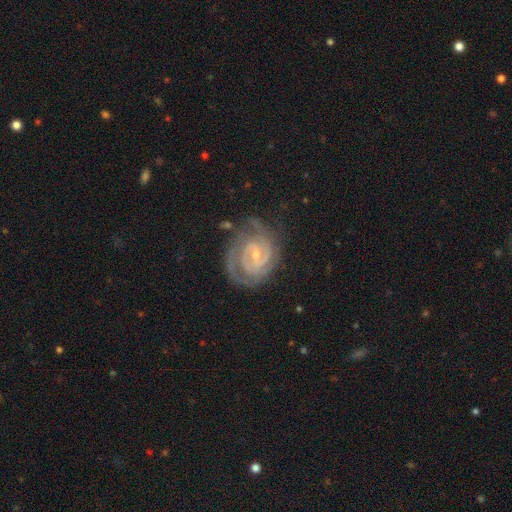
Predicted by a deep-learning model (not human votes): A featured or disk galaxy (90%) with a weak bar (48%), 2 (59%) tight (74%) spiral arms (98%) and a small central bulge (75%).

Vote fractions:
- Smooth or featured? featured or disk: 90% / smooth: 5% / star or artifact: 5%
- Edge-on disk? no: 98% / yes: 2%
- Bar? weak: 48% / no: 33% / strong: 19%
- Spiral arms? yes: 98% / no: 2%
- Spiral winding? tight: 74% / medium: 23% / loose: 3%
- Spiral arm count? 2: 59% / 3: 16% / can't tell: 13% / 4: 5% / 1: 4% / more than 4: 4%
- Bulge size? small: 75% / moderate: 20% / none: 2% / large: 1% / dominant: 1%
- Merging? none: 69% / minor disturbance: 20% / major disturbance: 10% / merger: 2%